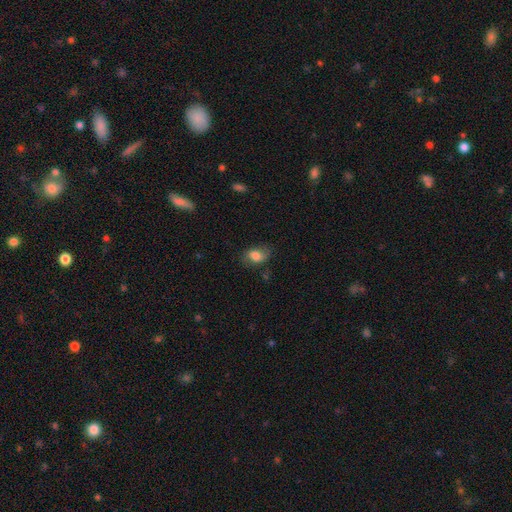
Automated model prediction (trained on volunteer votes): Smooth or featured?
  - smooth: 74% *
  - featured or disk: 17%
  - star or artifact: 9%
How rounded?
  - in between: 81% *
  - round: 17%
  - cigar-shaped: 2%
Merging?
  - none: 66% *
  - minor disturbance: 23%
  - major disturbance: 9%
  - merger: 2%